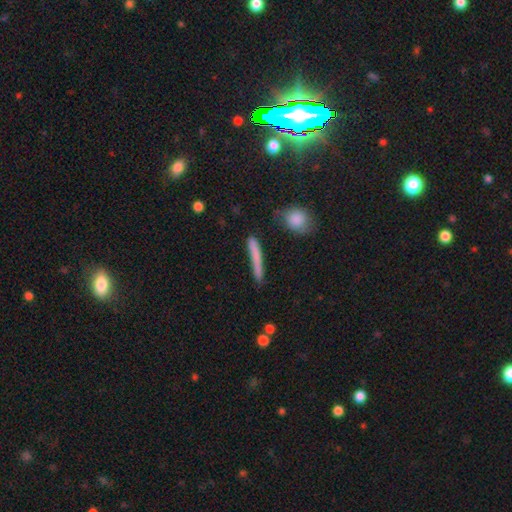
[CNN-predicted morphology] smooth_or_featured: smooth (p=0.70) [alt: featured or disk p=0.22]
how_rounded: cigar-shaped (p=0.94) [alt: in between p=0.04]
merging: none (p=0.74) [alt: minor disturbance p=0.17]